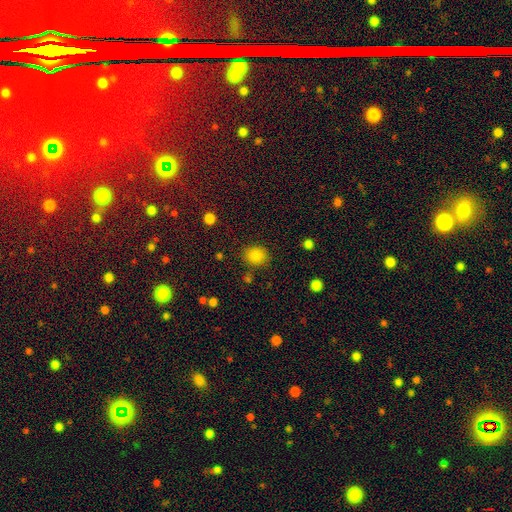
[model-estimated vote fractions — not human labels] Smooth or featured: smooth — 84% (star or artifact — 11%)
How rounded: round — 68% (in between — 31%)
Merging: none — 82% (minor disturbance — 11%)